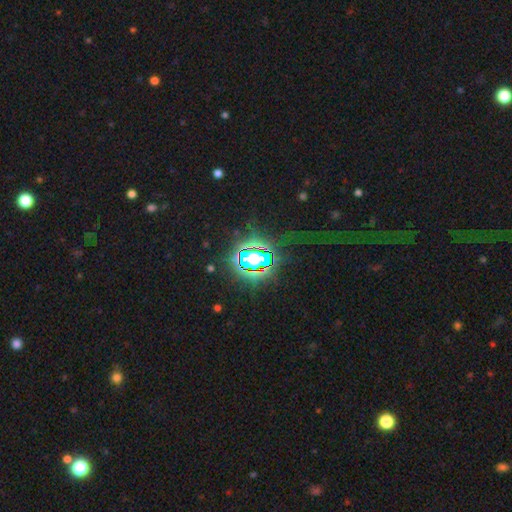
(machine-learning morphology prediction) Smooth or featured: star or artifact — 79% (smooth — 12%)